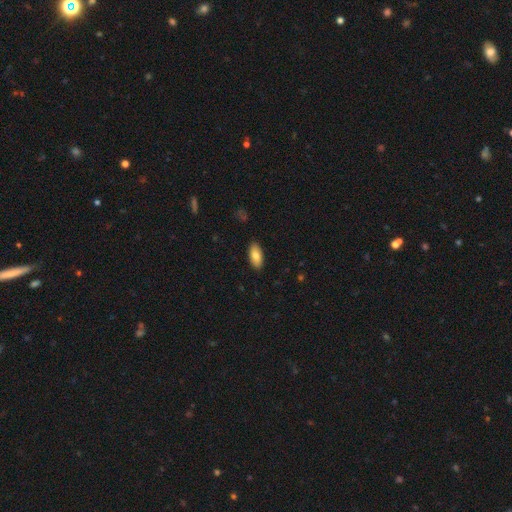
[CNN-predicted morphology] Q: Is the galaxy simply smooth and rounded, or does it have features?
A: smooth — 81%.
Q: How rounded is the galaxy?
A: in between — 90%.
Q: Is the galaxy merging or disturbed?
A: none — 88%.